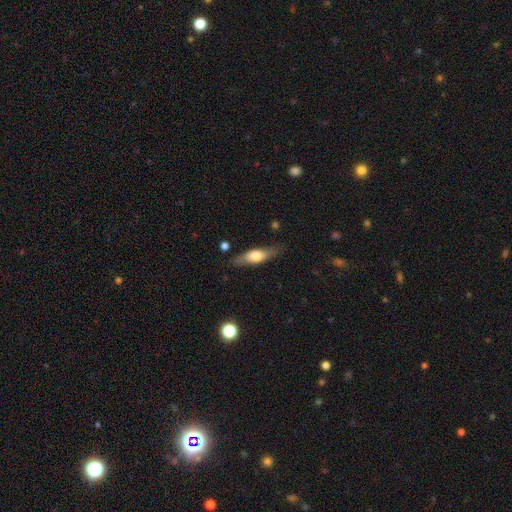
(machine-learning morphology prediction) Smooth or featured? Predicted: smooth (p=0.48). Merging? Predicted: none (p=0.80).